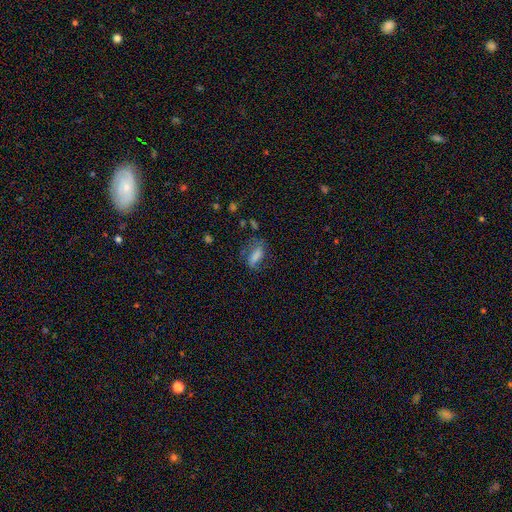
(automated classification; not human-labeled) smooth 56%, featured or disk 29%, star or artifact 15%. Down the decision tree: how rounded — in between (60%); merging — none (55%).